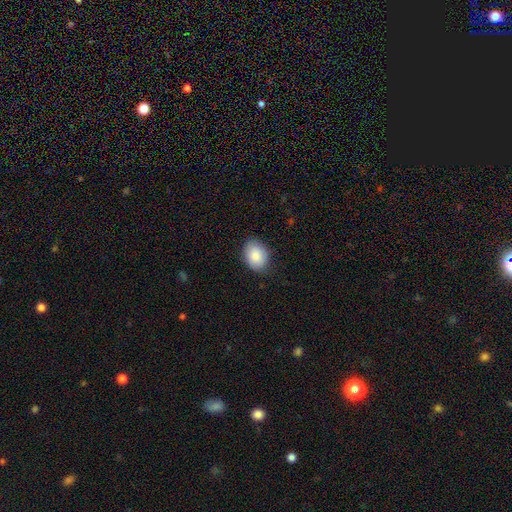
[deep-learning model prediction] Smooth or featured?
  - smooth: 87% *
  - star or artifact: 7%
  - featured or disk: 6%
How rounded?
  - in between: 73% *
  - round: 26%
  - cigar-shaped: 1%
Merging?
  - none: 83% *
  - minor disturbance: 14%
  - major disturbance: 3%
  - merger: 1%